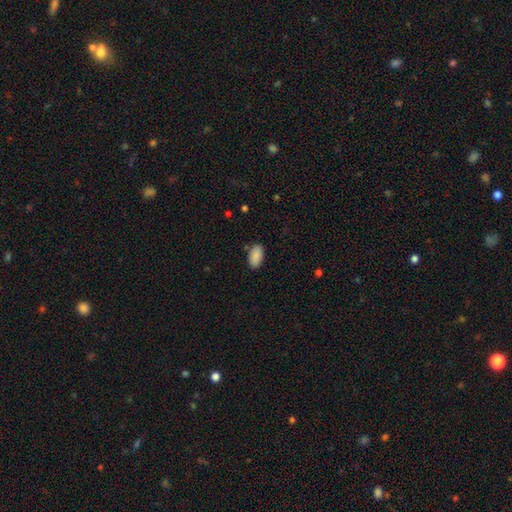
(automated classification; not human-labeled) This is clearly a smooth galaxy (89%). How rounded: clearly in between (94%). Merging: clearly none (85%).